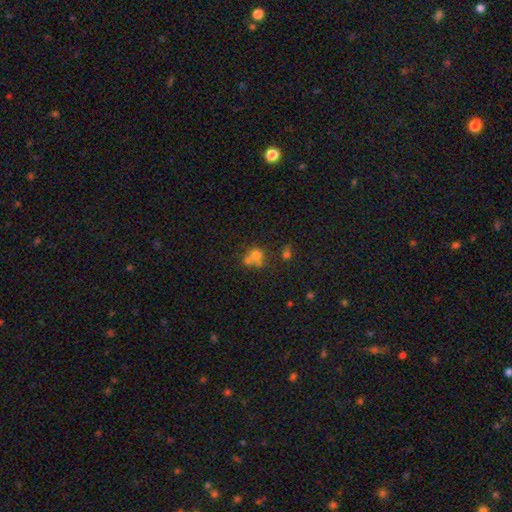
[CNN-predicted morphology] Smooth or featured?
  - smooth: 65% *
  - featured or disk: 19%
  - star or artifact: 16%
How rounded?
  - round: 79% *
  - in between: 20%
  - cigar-shaped: 1%
Merging?
  - merger: 49% *
  - none: 37%
  - minor disturbance: 9%
  - major disturbance: 5%